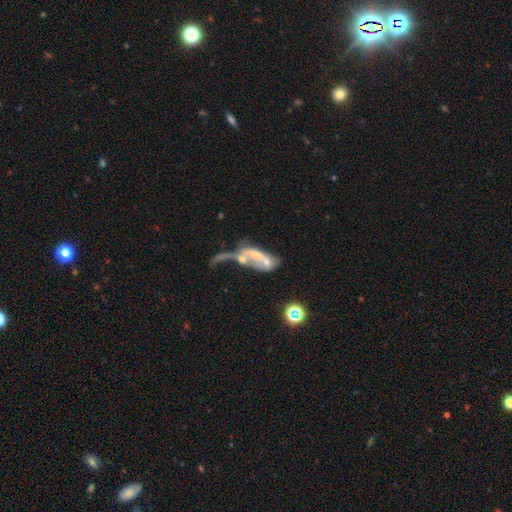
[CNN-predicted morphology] smooth-or-featured: featured or disk: 55% | smooth: 33% | star or artifact: 12%
  disk-edge-on: no: 91% | yes: 9%
  merging: merger: 56% | major disturbance: 27% | none: 10% | minor disturbance: 7%